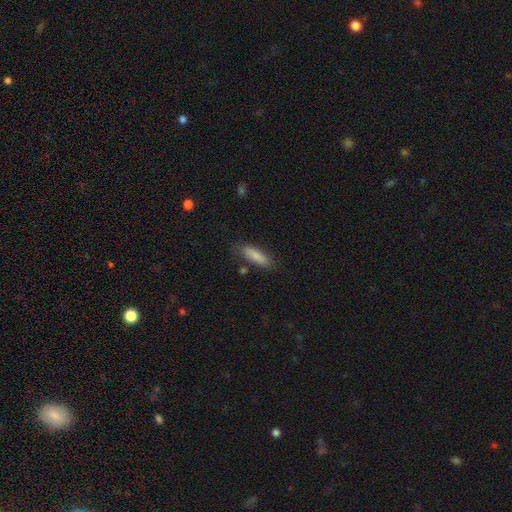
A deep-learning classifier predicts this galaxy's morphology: Smooth or featured? smooth (84%)
How rounded? cigar-shaped (51%)
Merging? none (78%)